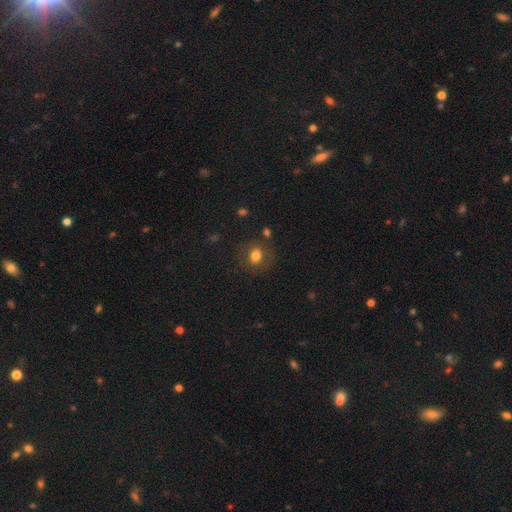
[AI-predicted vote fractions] The model was most divided on "how rounded": round: 56%, in between: 43%, cigar-shaped: 1%. More confident: merging — none (77%); smooth or featured — smooth (76%).